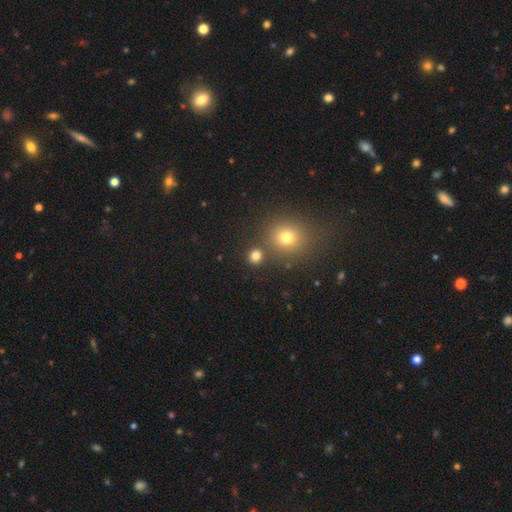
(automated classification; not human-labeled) A smooth galaxy with no disk features (79%) that is round (87%).

Vote fractions:
- Smooth or featured? smooth: 79% / star or artifact: 16% / featured or disk: 5%
- How rounded? round: 87% / in between: 12% / cigar-shaped: 1%
- Merging? none: 81% / merger: 10% / minor disturbance: 6% / major disturbance: 3%